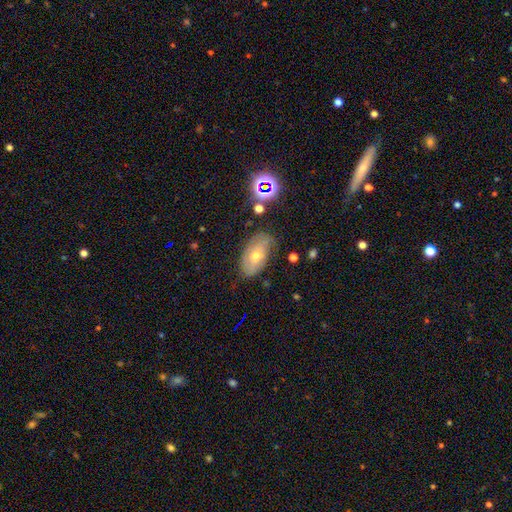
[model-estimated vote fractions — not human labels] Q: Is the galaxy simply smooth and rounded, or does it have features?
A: featured or disk — 47%.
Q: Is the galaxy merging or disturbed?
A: none — 60%.